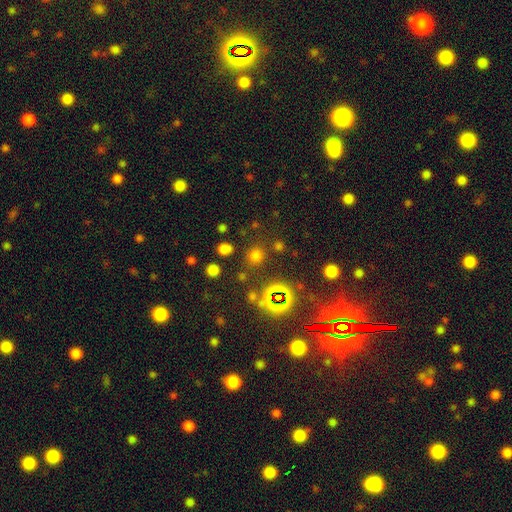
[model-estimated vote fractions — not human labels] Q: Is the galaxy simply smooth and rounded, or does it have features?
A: smooth — 63%.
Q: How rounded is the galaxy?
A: round — 81%.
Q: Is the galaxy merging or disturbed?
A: none — 80%.